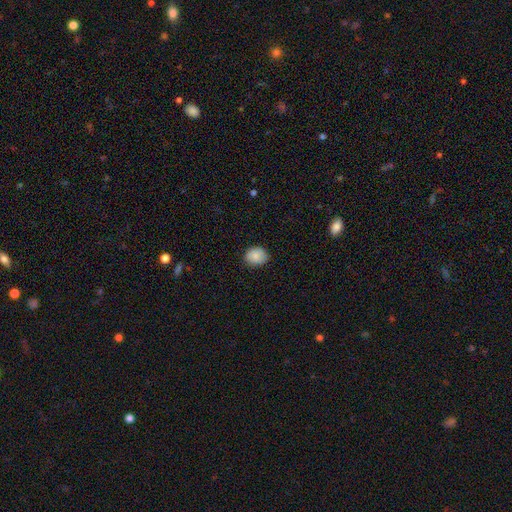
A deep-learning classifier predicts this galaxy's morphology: Smooth or featured?
  - smooth: 86% *
  - star or artifact: 8%
  - featured or disk: 6%
How rounded?
  - round: 57% *
  - in between: 42%
  - cigar-shaped: 1%
Merging?
  - none: 83% *
  - minor disturbance: 14%
  - major disturbance: 3%
  - merger: 1%